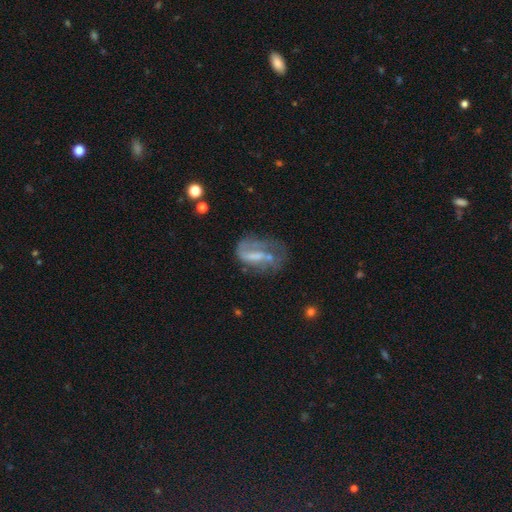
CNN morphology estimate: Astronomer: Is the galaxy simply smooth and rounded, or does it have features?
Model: featured or disk — 60%.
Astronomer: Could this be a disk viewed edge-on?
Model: no — 95%.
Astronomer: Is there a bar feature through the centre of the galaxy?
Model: no — 39% (runner-up: weak, 37%).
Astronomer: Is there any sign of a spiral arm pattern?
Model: yes — 55% (runner-up: no, 45%).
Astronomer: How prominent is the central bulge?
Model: none — 41% (runner-up: small, 27%).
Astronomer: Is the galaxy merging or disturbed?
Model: major disturbance — 37% (runner-up: none, 32%).